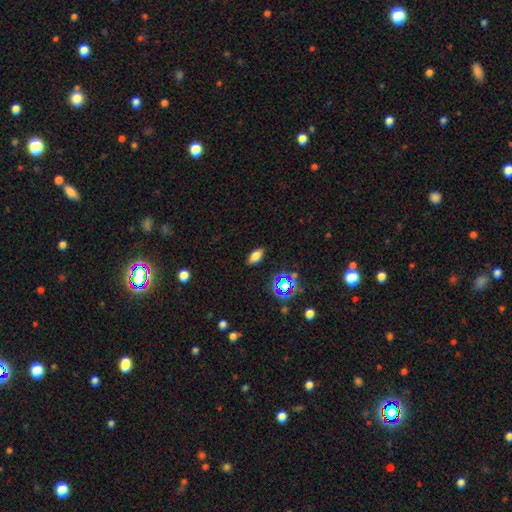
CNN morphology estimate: smooth 73%, star or artifact 18%, featured or disk 9%. Down the decision tree: how rounded — in between (89%); merging — none (87%).